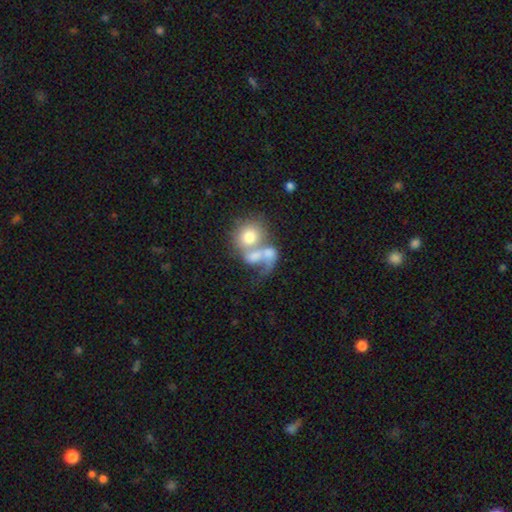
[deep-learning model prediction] smooth_or_featured: smooth (p=0.55) [alt: featured or disk p=0.35]
how_rounded: round (p=0.50) [alt: in between p=0.49]
merging: merger (p=0.68) [alt: major disturbance p=0.14]